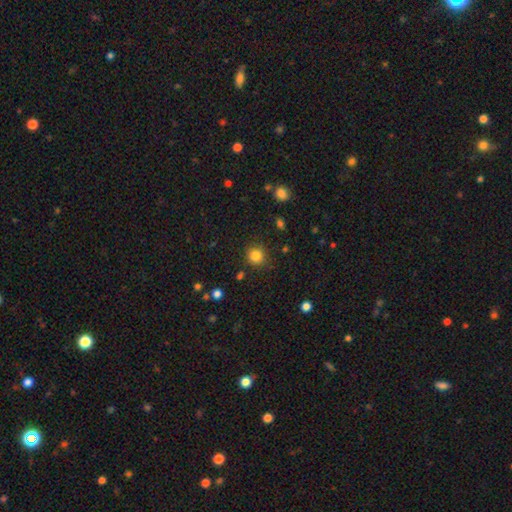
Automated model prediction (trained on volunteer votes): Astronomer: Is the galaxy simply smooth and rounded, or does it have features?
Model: smooth — 83%.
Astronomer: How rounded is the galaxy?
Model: round — 92%.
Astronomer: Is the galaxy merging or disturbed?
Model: none — 88%.